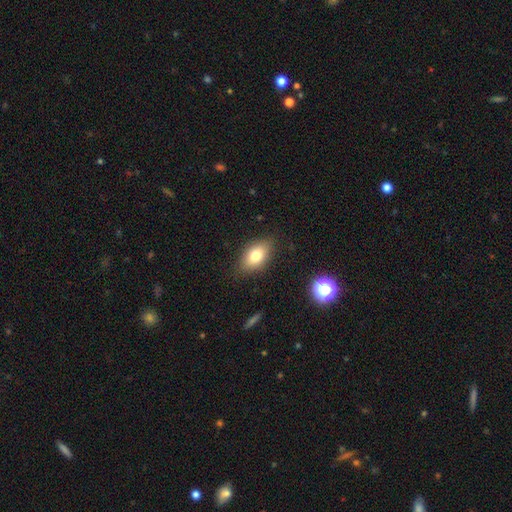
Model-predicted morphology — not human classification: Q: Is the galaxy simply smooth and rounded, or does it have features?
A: smooth — 77%.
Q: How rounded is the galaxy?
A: in between — 87%.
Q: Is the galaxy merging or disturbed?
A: none — 83%.